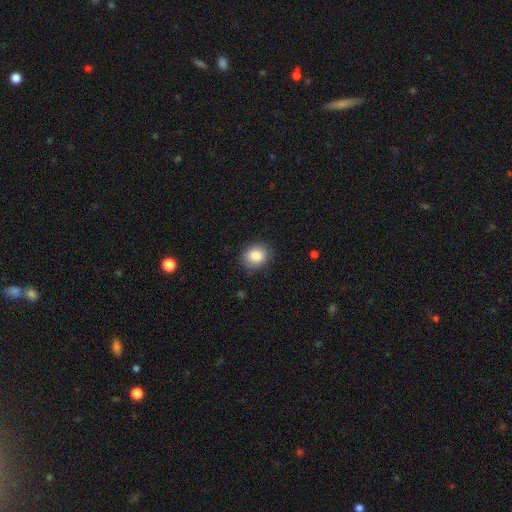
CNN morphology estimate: This appears to be a smooth galaxy with no disk features (87%) that is round (57%). Merging: none (83%).